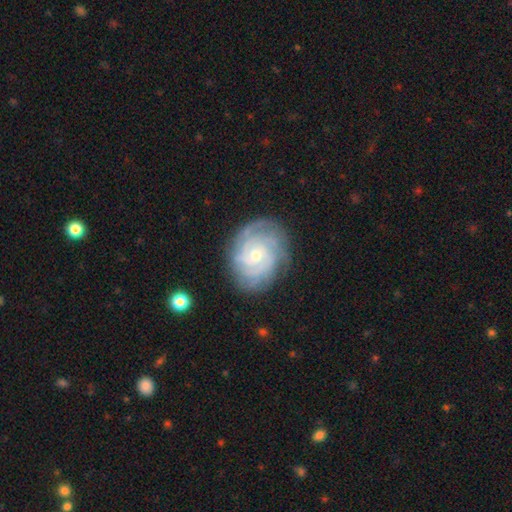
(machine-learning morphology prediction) Overall: featured or disk (86%). Edge-on disk: no (97%). Bar: no (69%). Spiral arms: yes (97%). Spiral arm count: can't tell (30%; 3 22%). Spiral winding: tight (75%). Bulge size: small (52%; moderate 45%). Merging: none (79%).